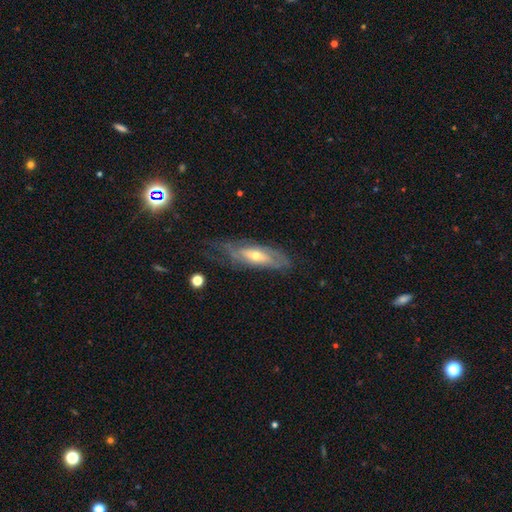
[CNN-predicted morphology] Smooth or featured? Predicted: featured or disk (p=0.71). Edge-on disk? Predicted: no (p=0.72). Bar? Predicted: no (p=0.62). Spiral arms? Predicted: yes (p=0.73). Bulge size? Predicted: moderate (p=0.51). Merging? Predicted: none (p=0.58).